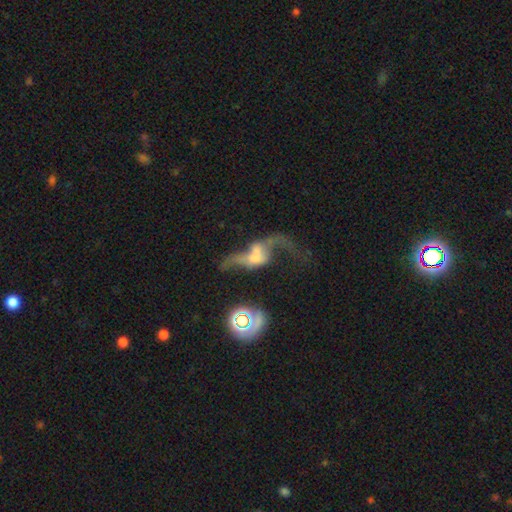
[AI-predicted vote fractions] smooth_or_featured: featured or disk (p=0.63) [alt: smooth p=0.24]
disk_edge_on: no (p=0.89) [alt: yes p=0.11]
bar: no (p=0.67) [alt: weak p=0.23]
has_spiral_arms: yes (p=0.58) [alt: no p=0.42]
bulge_size: none (p=0.33) [alt: moderate p=0.23]
merging: merger (p=0.40) [alt: major disturbance p=0.37]